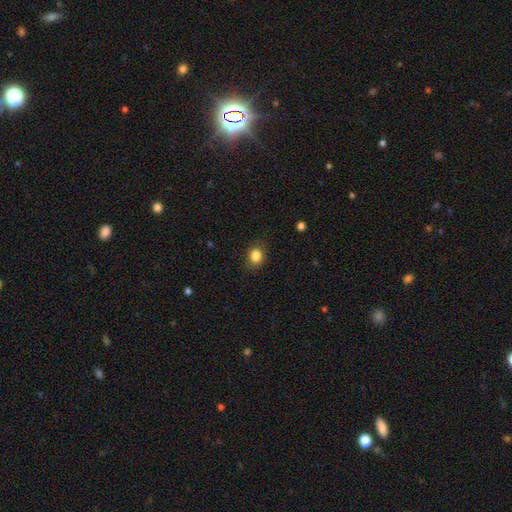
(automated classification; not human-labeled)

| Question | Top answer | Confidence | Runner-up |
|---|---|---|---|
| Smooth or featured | smooth | 84% | star or artifact (10%) |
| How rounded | round | 51% | in between (48%) |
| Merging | none | 81% | minor disturbance (14%) |